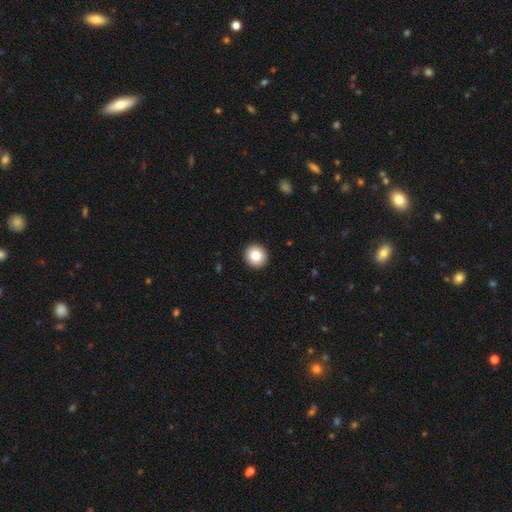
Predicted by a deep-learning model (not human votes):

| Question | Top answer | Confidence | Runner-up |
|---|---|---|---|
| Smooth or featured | smooth | 85% | star or artifact (9%) |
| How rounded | round | 92% | in between (8%) |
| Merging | none | 93% | minor disturbance (5%) |